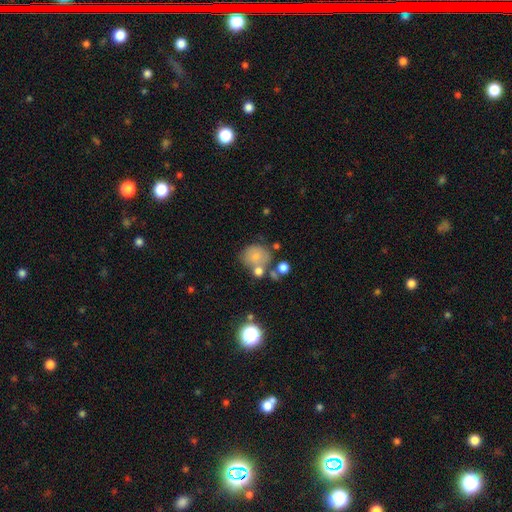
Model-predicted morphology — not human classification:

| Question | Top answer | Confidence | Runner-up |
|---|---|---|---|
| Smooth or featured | smooth | 71% | featured or disk (17%) |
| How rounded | round | 72% | in between (27%) |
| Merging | none | 49% | merger (25%) |